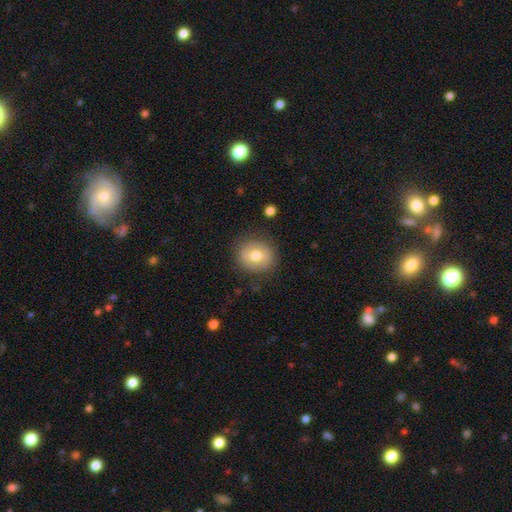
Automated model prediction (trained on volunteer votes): smooth-or-featured: smooth: 67% | featured or disk: 25% | star or artifact: 8%
  how-rounded: round: 74% | in between: 25% | cigar-shaped: 1%
  merging: none: 84% | minor disturbance: 11% | major disturbance: 4% | merger: 1%